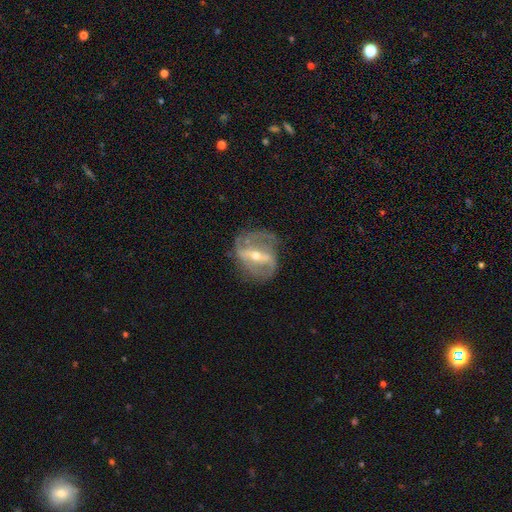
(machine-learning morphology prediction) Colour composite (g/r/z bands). It shows a featured or disk galaxy (84%) with a strong bar (65%), 2 (75%) medium (41%) spiral arms (81%) and a moderate central bulge (49%). Merging: none (63%).